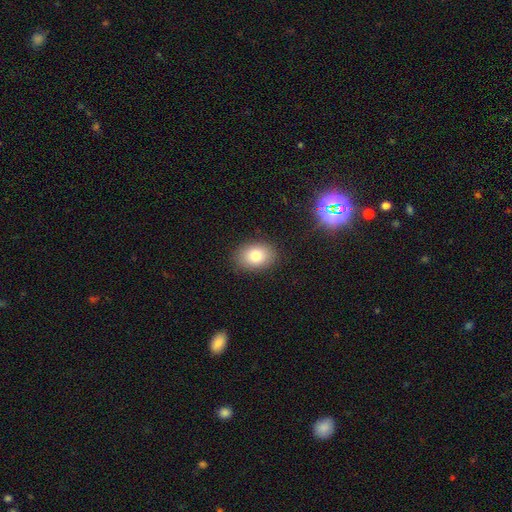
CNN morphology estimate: Smooth or featured? smooth (80%)
How rounded? in between (72%)
Merging? none (87%)